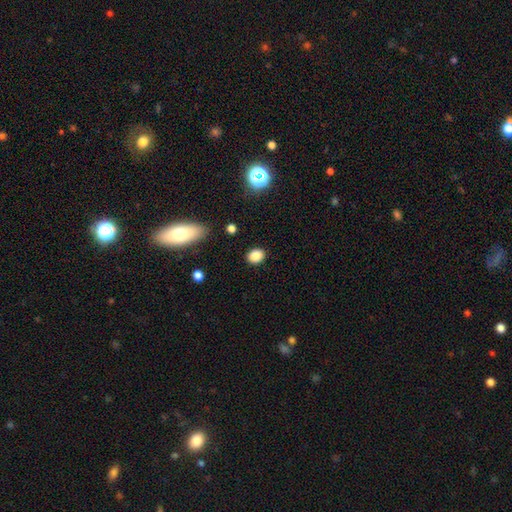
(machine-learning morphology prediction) The model was most divided on "how rounded": round: 51%, in between: 48%, cigar-shaped: 1%. More confident: merging — none (88%); smooth or featured — smooth (85%).